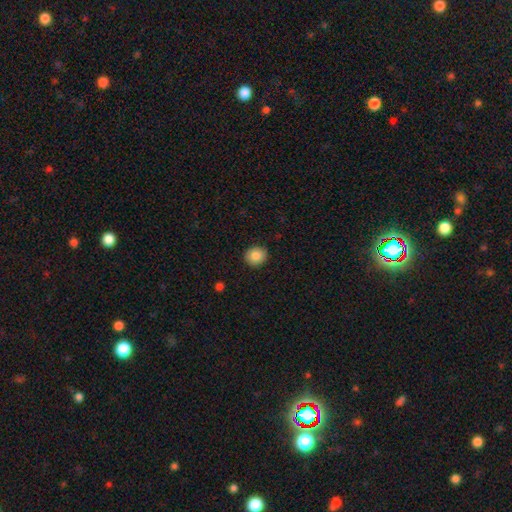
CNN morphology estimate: The model was most divided on "how rounded": round: 83%, in between: 16%, cigar-shaped: 1%. More confident: merging — none (91%); smooth or featured — smooth (85%).